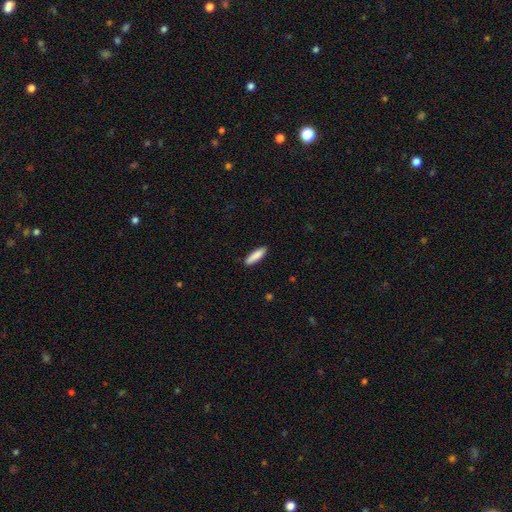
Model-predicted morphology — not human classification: The model was most divided on "how rounded": cigar-shaped: 65%, in between: 33%, round: 1%. More confident: merging — none (89%); smooth or featured — smooth (87%).